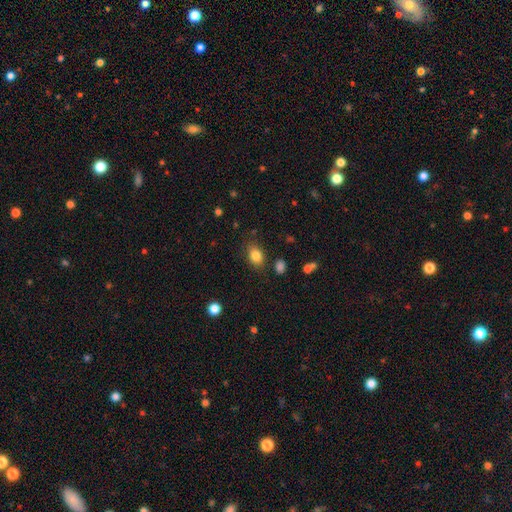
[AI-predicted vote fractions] Smooth or featured? smooth (83%)
How rounded? in between (74%)
Merging? none (79%)